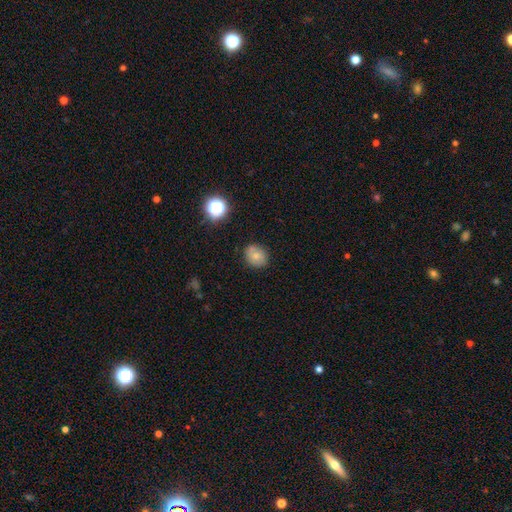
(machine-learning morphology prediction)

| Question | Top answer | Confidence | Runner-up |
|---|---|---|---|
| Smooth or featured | smooth | 72% | featured or disk (16%) |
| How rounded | round | 65% | in between (34%) |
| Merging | none | 79% | minor disturbance (15%) |